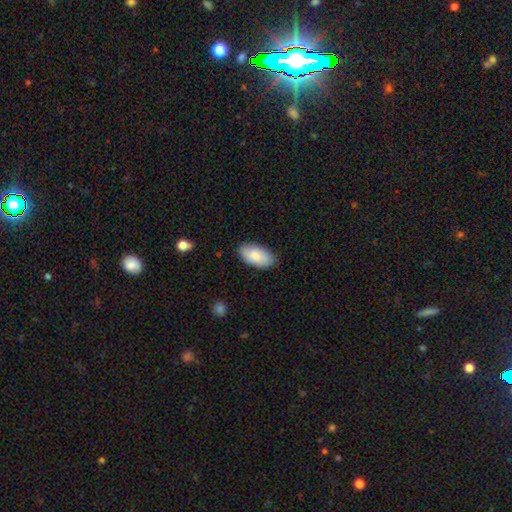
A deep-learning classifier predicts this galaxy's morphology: A smooth galaxy with no disk features (83%) that is in between round and cigar-shaped (95%). Merging: none (84%).